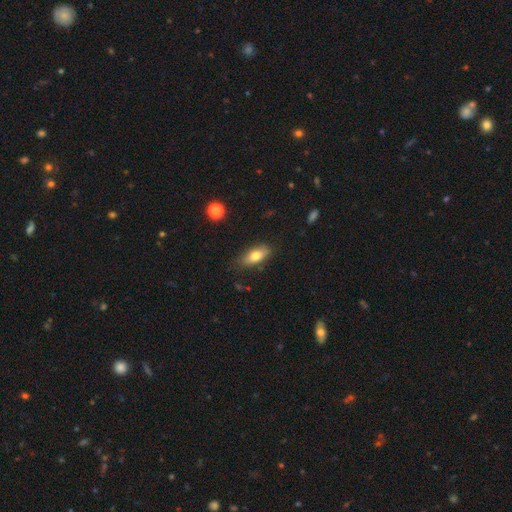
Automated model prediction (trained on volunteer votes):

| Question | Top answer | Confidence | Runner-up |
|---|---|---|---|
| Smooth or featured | smooth | 72% | featured or disk (21%) |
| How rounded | in between | 79% | cigar-shaped (17%) |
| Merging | none | 77% | minor disturbance (17%) |